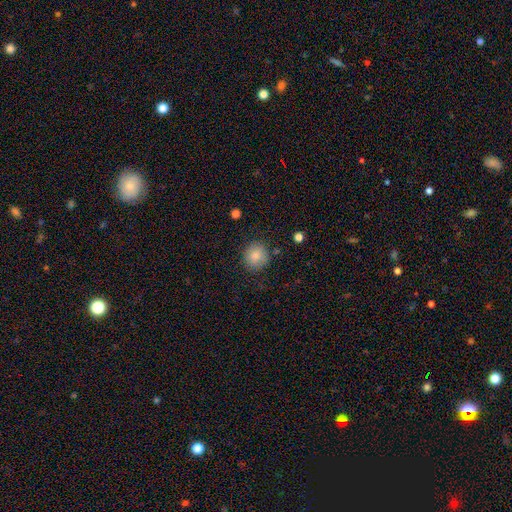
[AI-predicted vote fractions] A smooth galaxy with no disk features (85%) that is round (87%).

Vote fractions:
- Smooth or featured? smooth: 85% / star or artifact: 9% / featured or disk: 6%
- How rounded? round: 87% / in between: 12% / cigar-shaped: 1%
- Merging? none: 84% / minor disturbance: 11% / major disturbance: 3% / merger: 2%